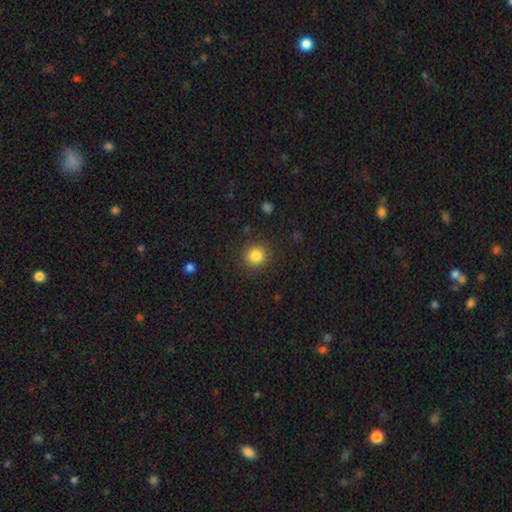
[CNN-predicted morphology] smooth 84%, star or artifact 11%, featured or disk 5%. Down the decision tree: how rounded — round (89%); merging — none (88%).